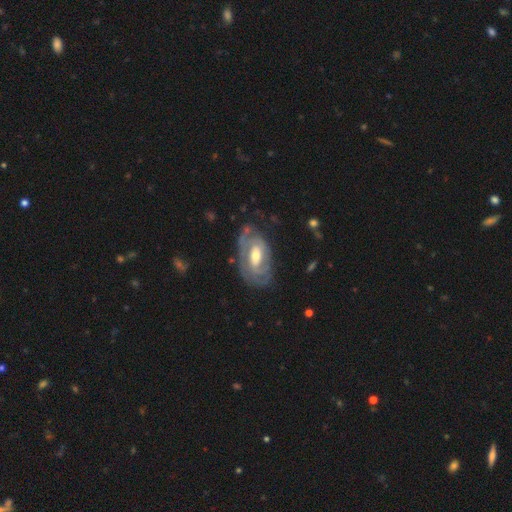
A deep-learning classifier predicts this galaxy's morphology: Smooth or featured? featured or disk (82%)
Edge-on disk? no (95%)
Bar? weak (43%)
Spiral arms? yes (83%)
Spiral winding? tight (65%)
Spiral arm count? can't tell (40%)
Bulge size? moderate (69%)
Merging? none (67%)